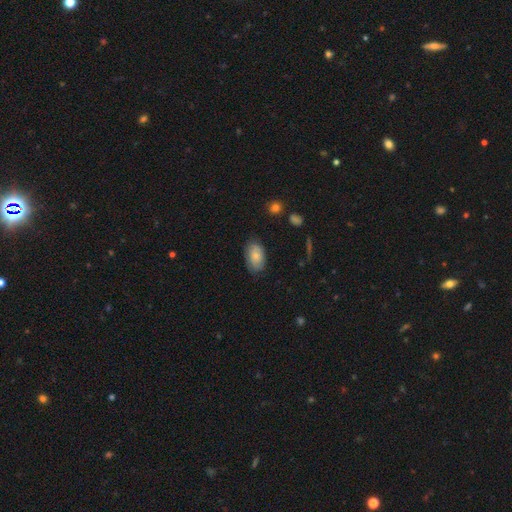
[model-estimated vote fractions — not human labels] Overall: smooth (75%). How rounded: in between (92%). Merging: none (77%).